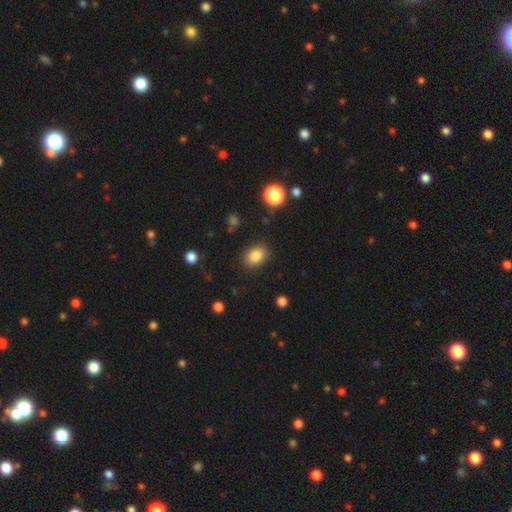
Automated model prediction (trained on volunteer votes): Smooth or featured? Predicted: smooth (p=0.84). How rounded? Predicted: in between (p=0.70). Merging? Predicted: none (p=0.86).